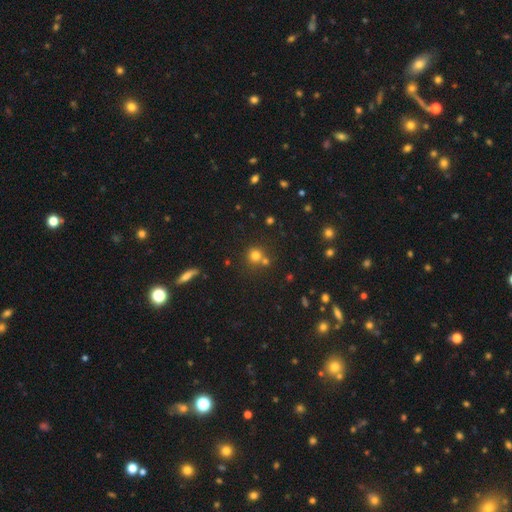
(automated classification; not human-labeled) A smooth galaxy with no disk features (74%) that is round (89%).

Vote fractions:
- Smooth or featured? smooth: 74% / star or artifact: 18% / featured or disk: 9%
- How rounded? round: 89% / in between: 9% / cigar-shaped: 1%
- Merging? none: 60% / merger: 28% / minor disturbance: 8% / major disturbance: 3%